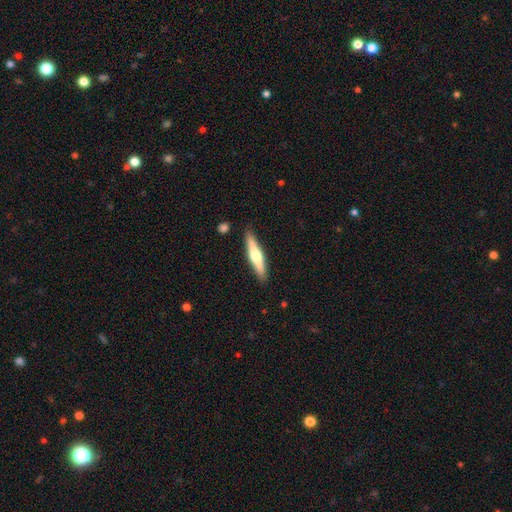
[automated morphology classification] Smooth or featured? Predicted: featured or disk (p=0.52). Edge-on disk? Predicted: yes (p=0.96). Edge-on bulge? Predicted: rounded (p=0.89). Merging? Predicted: none (p=0.89).